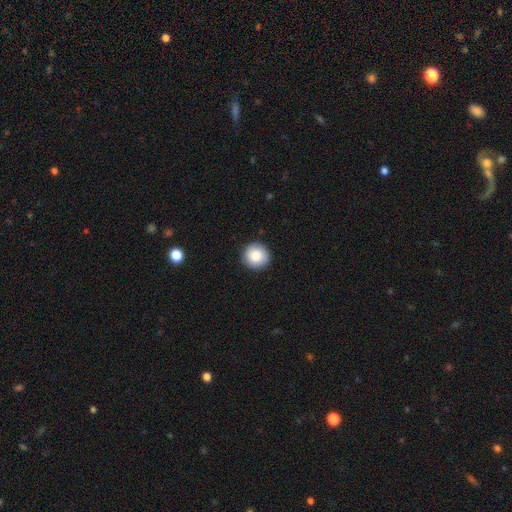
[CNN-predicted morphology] Smooth or featured?
  - smooth: 86% *
  - star or artifact: 7%
  - featured or disk: 7%
How rounded?
  - round: 93% *
  - in between: 6%
  - cigar-shaped: 1%
Merging?
  - none: 91% *
  - minor disturbance: 7%
  - major disturbance: 2%
  - merger: 1%